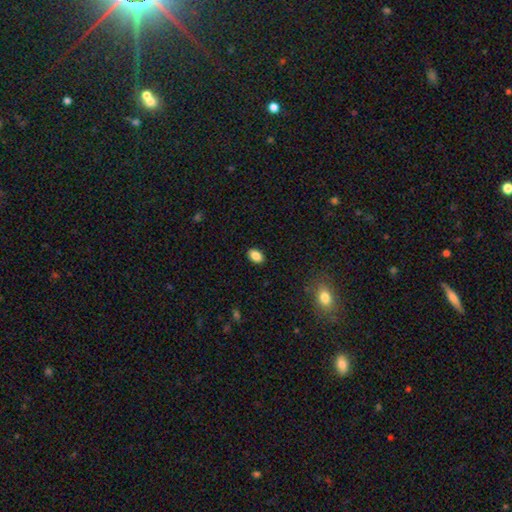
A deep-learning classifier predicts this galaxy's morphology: Smooth or featured? Predicted: smooth (p=0.87). How rounded? Predicted: in between (p=0.87). Merging? Predicted: none (p=0.89).